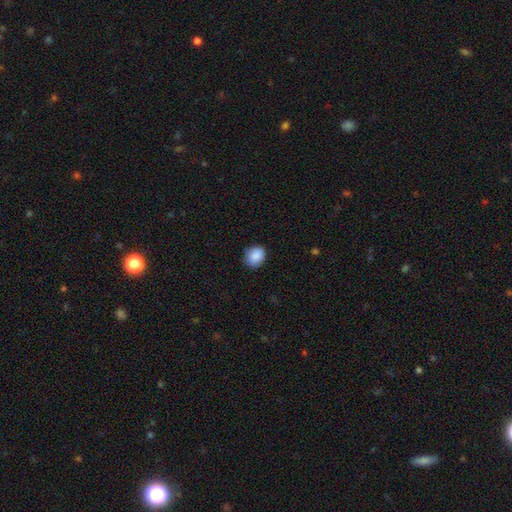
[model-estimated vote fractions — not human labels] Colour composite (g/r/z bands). It shows a smooth galaxy with no disk features (89%) that is round (65%). Merging: none (81%).